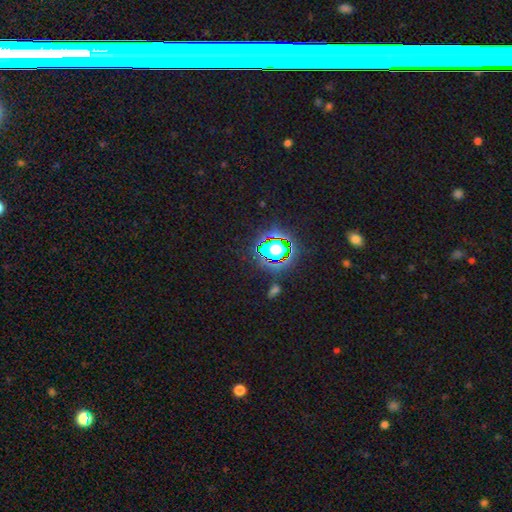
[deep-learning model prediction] Smooth or featured? star or artifact (81%)